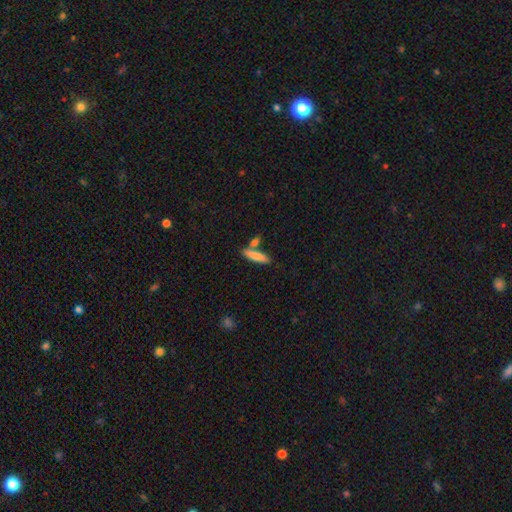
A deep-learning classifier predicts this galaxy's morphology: type=smooth (82%); roundness=cigar-shaped (74%); merging=none (64%).